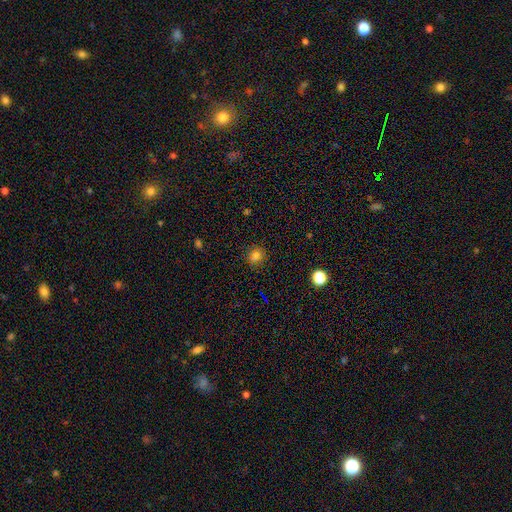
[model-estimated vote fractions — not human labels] This is likely a smooth galaxy (80%). How rounded: clearly round (87%). Merging: clearly none (89%).